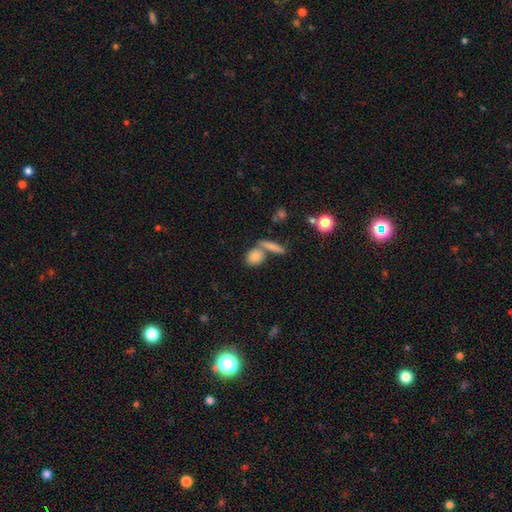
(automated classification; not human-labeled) The model was most divided on "how rounded": round: 46%, in between: 43%, cigar-shaped: 10%. More confident: smooth or featured — smooth (83%); merging — none (54%).